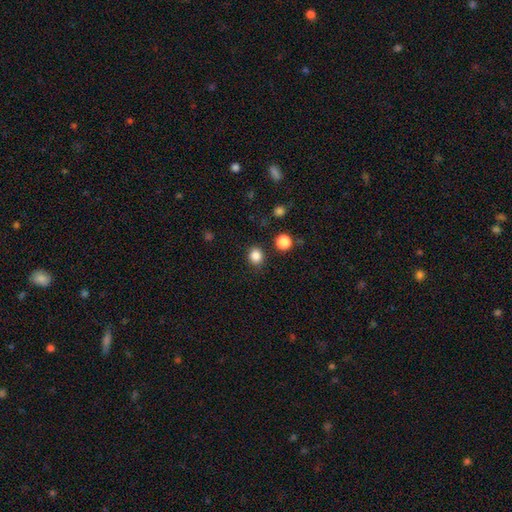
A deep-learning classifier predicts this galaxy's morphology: Smooth or featured?
  - smooth: 85% *
  - star or artifact: 11%
  - featured or disk: 4%
How rounded?
  - round: 78% *
  - in between: 21%
  - cigar-shaped: 1%
Merging?
  - none: 87% *
  - minor disturbance: 8%
  - major disturbance: 3%
  - merger: 3%